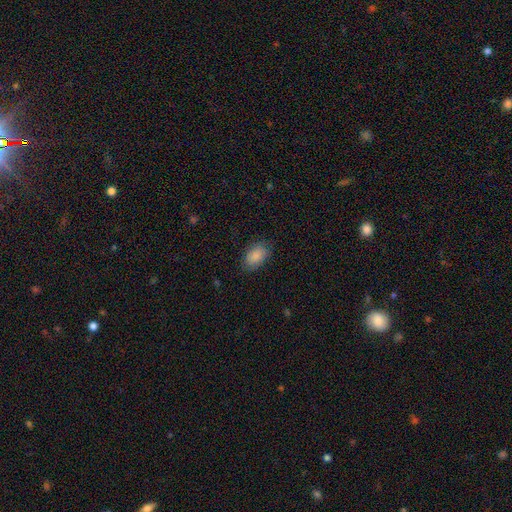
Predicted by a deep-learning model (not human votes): A smooth galaxy with no disk features (88%) that is in between round and cigar-shaped (92%).

Vote fractions:
- Smooth or featured? smooth: 88% / star or artifact: 7% / featured or disk: 5%
- How rounded? in between: 92% / round: 7% / cigar-shaped: 1%
- Merging? none: 82% / minor disturbance: 13% / major disturbance: 3% / merger: 1%